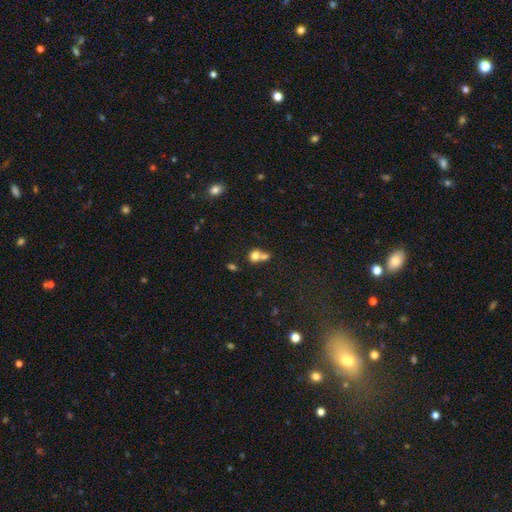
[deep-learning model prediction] Q: Smooth or featured?
A: smooth (75%); runner-up: featured or disk (14%)
Q: How rounded?
A: round (71%); runner-up: in between (28%)
Q: Merging?
A: merger (58%); runner-up: none (31%)